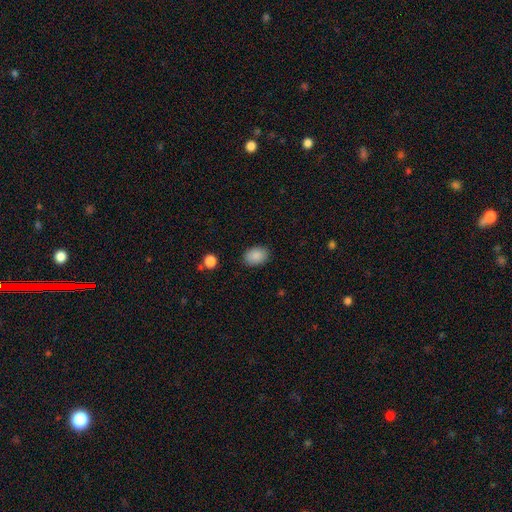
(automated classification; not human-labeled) This appears to be a smooth galaxy with no disk features (88%) that is in between round and cigar-shaped (77%). Merging: none (85%).